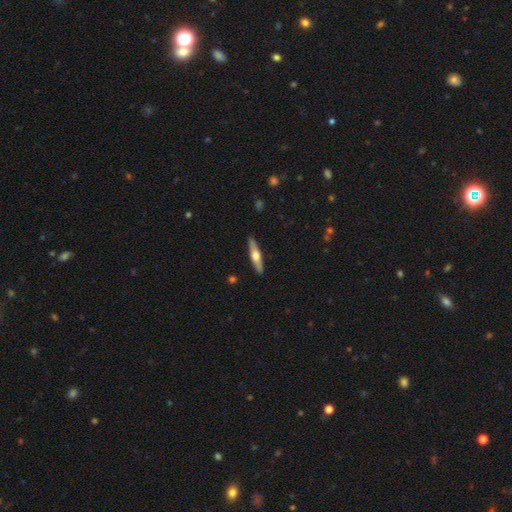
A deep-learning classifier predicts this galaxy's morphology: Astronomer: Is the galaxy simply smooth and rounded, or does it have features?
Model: featured or disk — 52% (runner-up: smooth, 43%).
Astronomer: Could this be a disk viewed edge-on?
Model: yes — 92%.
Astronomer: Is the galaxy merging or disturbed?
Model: none — 90%.